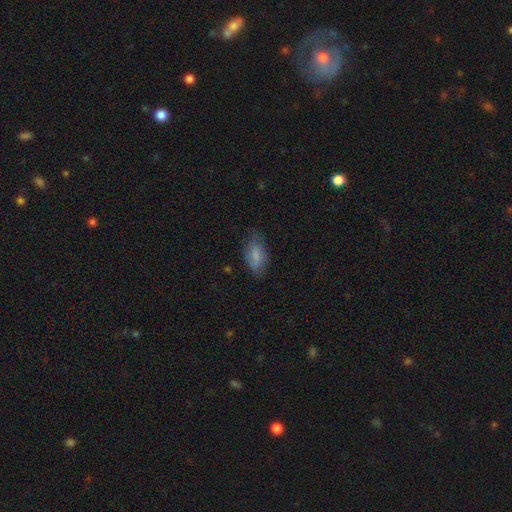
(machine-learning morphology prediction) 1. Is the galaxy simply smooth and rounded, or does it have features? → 75% smooth, 17% featured or disk, 8% star or artifact.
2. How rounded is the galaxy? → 89% in between, 7% cigar-shaped, 4% round.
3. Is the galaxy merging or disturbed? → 65% none, 26% minor disturbance, 8% major disturbance, 1% merger.